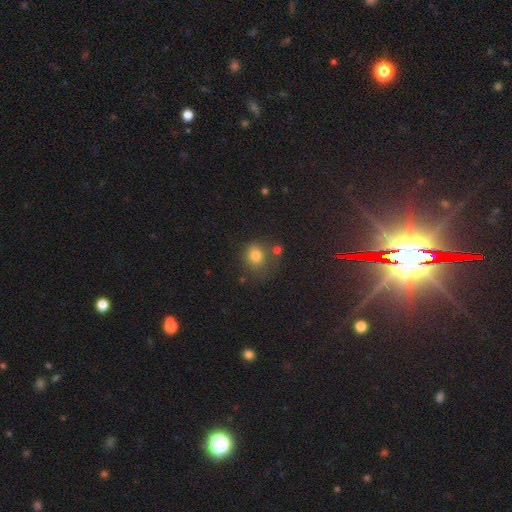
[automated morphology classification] The model was most divided on "how rounded": round: 69%, in between: 30%, cigar-shaped: 1%. More confident: smooth or featured — smooth (78%); merging — none (61%).